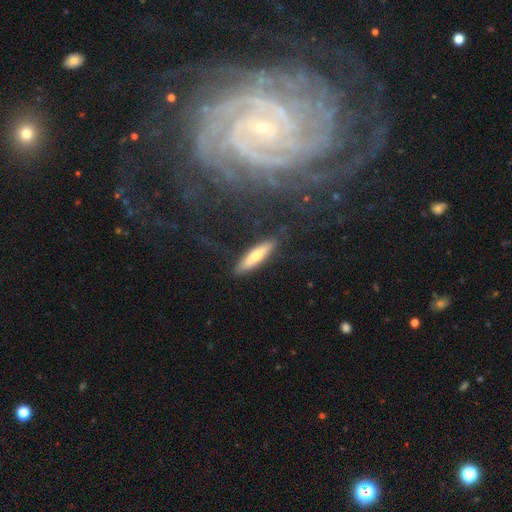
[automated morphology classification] This appears to be a smooth galaxy with no disk features (58%) that is cigar-shaped (81%). Merging: none (86%).